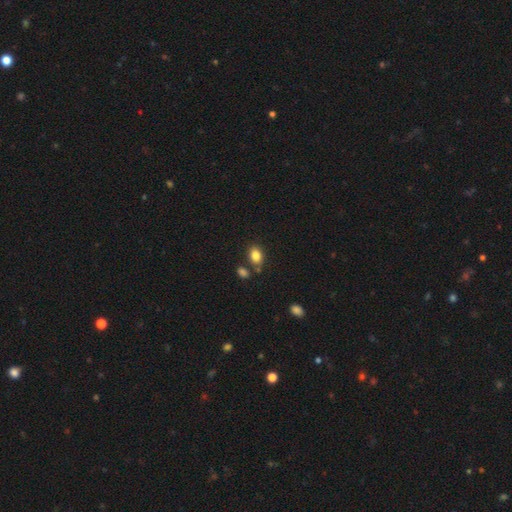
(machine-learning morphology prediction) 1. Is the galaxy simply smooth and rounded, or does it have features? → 84% smooth, 10% star or artifact, 6% featured or disk.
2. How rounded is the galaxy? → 78% in between, 21% round, 1% cigar-shaped.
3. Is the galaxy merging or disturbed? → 72% none, 12% minor disturbance, 12% merger, 3% major disturbance.